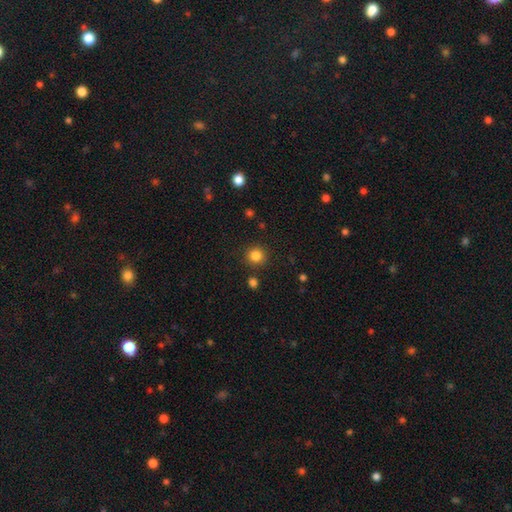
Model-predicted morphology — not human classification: A smooth galaxy with no disk features (83%) that is round (93%). Merging: none (87%).